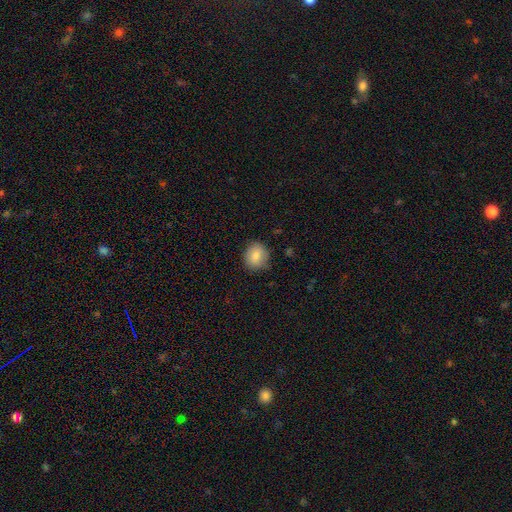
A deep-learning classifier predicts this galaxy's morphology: Smooth or featured: smooth — 84% (star or artifact — 8%)
How rounded: round — 75% (in between — 24%)
Merging: none — 83% (minor disturbance — 13%)